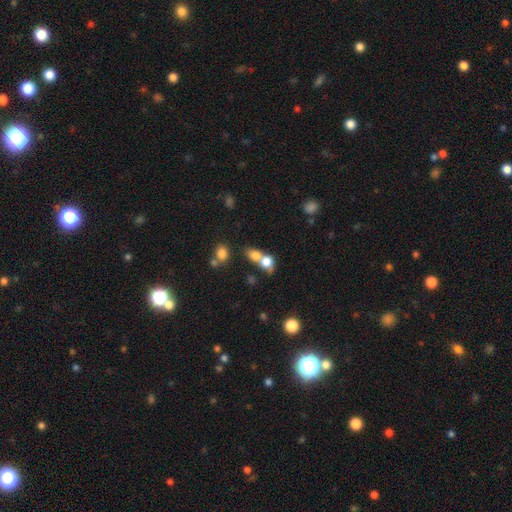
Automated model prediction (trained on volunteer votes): This is likely a smooth galaxy (74%). How rounded: possibly round (56%). Merging: likely merger (61%).